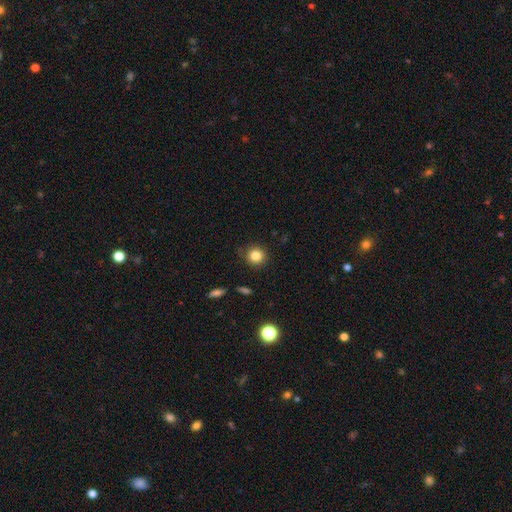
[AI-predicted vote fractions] Overall: smooth (84%). How rounded: round (90%). Merging: none (87%).